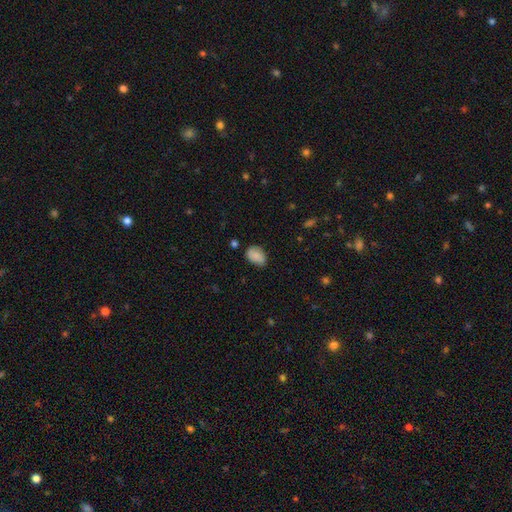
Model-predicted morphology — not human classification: The model was most divided on "merging": none: 62%, minor disturbance: 30%, major disturbance: 6%, merger: 2%. More confident: how rounded — in between (77%); smooth or featured — smooth (76%).